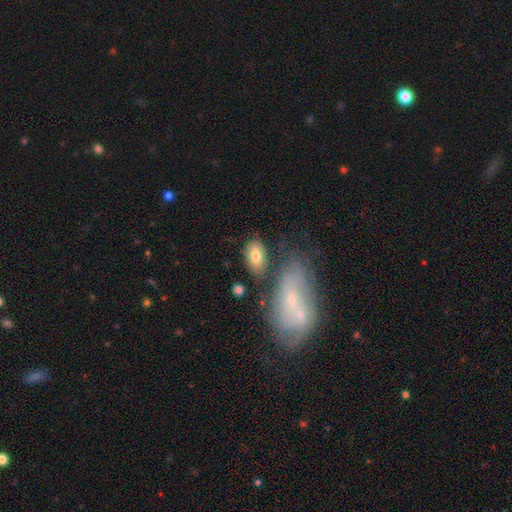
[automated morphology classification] A smooth galaxy with no disk features (78%) that is in between round and cigar-shaped (92%).

Vote fractions:
- Smooth or featured? smooth: 78% / featured or disk: 15% / star or artifact: 7%
- How rounded? in between: 92% / round: 5% / cigar-shaped: 3%
- Merging? none: 70% / minor disturbance: 17% / merger: 8% / major disturbance: 6%